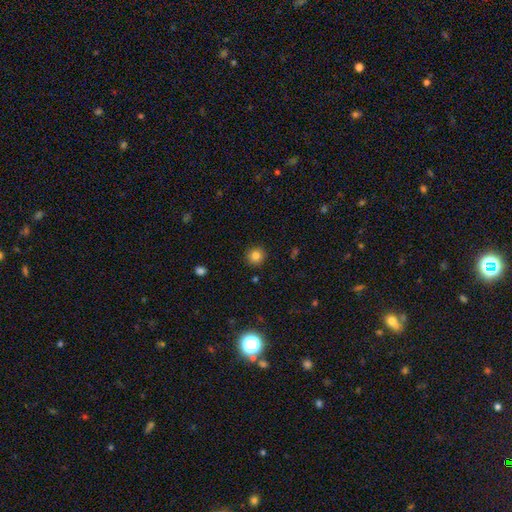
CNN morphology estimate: Smooth or featured? smooth (82%)
How rounded? round (93%)
Merging? none (90%)